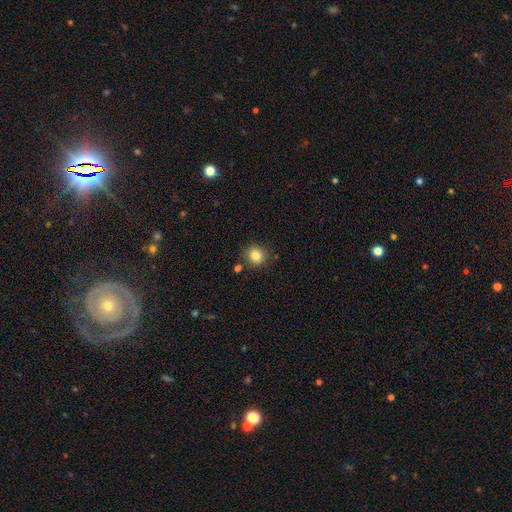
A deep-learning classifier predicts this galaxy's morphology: This appears to be a smooth galaxy with no disk features (83%) that is round (88%). Merging: none (82%).